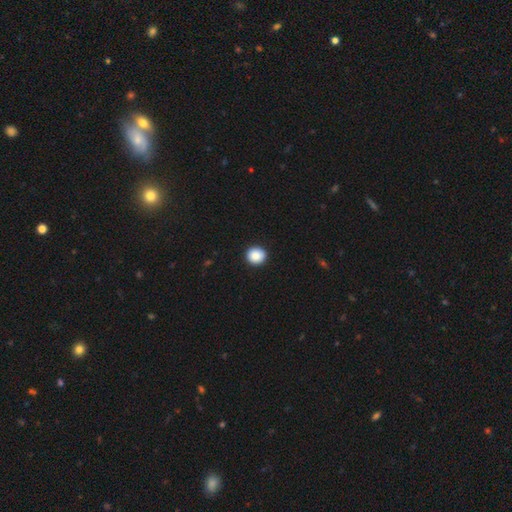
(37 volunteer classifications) A smooth galaxy with no disk features (92%) that is round (82%). Merging: none (86%).